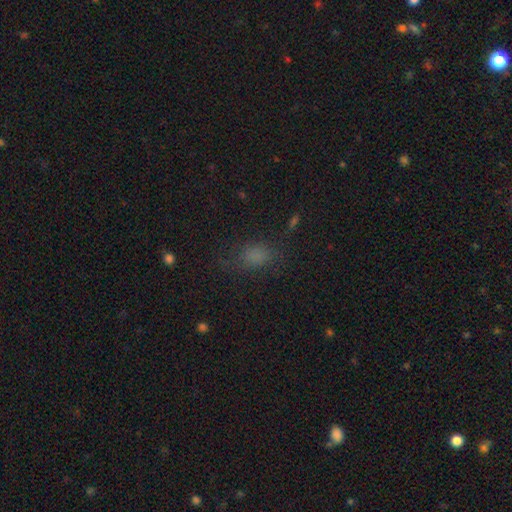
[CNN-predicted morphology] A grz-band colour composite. It shows a smooth galaxy with no disk features (74%) that is in between round and cigar-shaped (73%). Merging: none (66%).